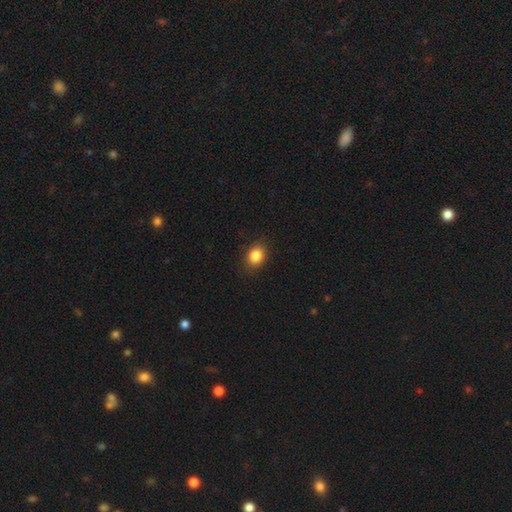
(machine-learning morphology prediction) This is clearly a smooth galaxy (85%). How rounded: possibly in between (53%). Merging: clearly none (86%).